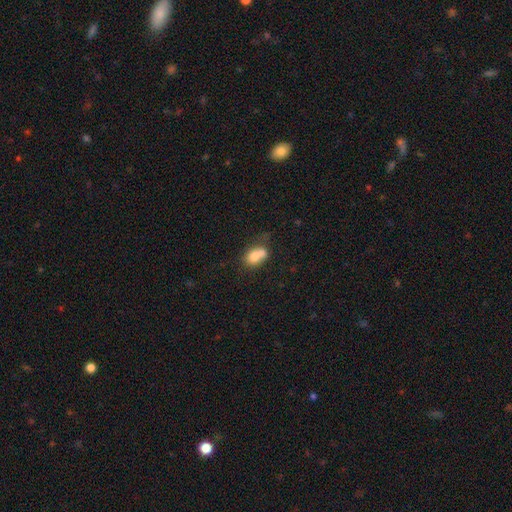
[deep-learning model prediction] smooth-or-featured: smooth: 73% | featured or disk: 17% | star or artifact: 9%
  how-rounded: in between: 60% | round: 39% | cigar-shaped: 2%
  merging: merger: 54% | none: 27% | minor disturbance: 13% | major disturbance: 6%